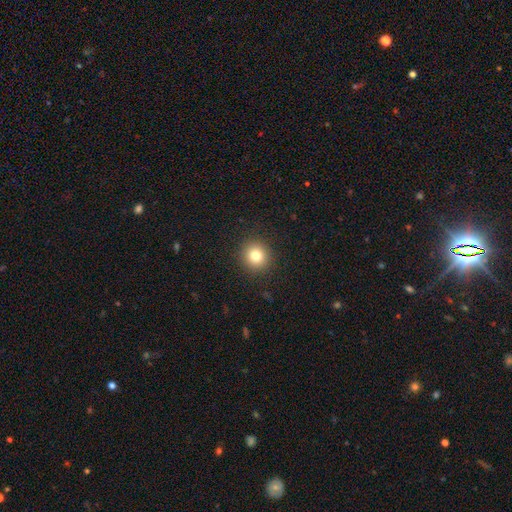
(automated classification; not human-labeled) smooth_or_featured: smooth (p=0.80) [alt: star or artifact p=0.12]
how_rounded: round (p=0.93) [alt: in between p=0.06]
merging: none (p=0.92) [alt: minor disturbance p=0.05]